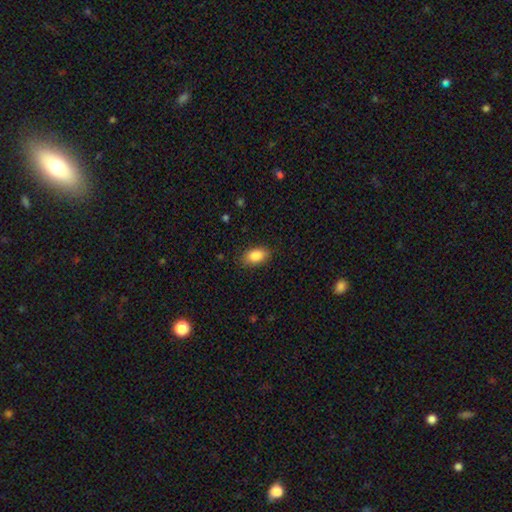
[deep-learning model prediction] The model was most divided on "merging": none: 85%, minor disturbance: 12%, major disturbance: 3%, merger: 1%. More confident: how rounded — in between (90%); smooth or featured — smooth (86%).